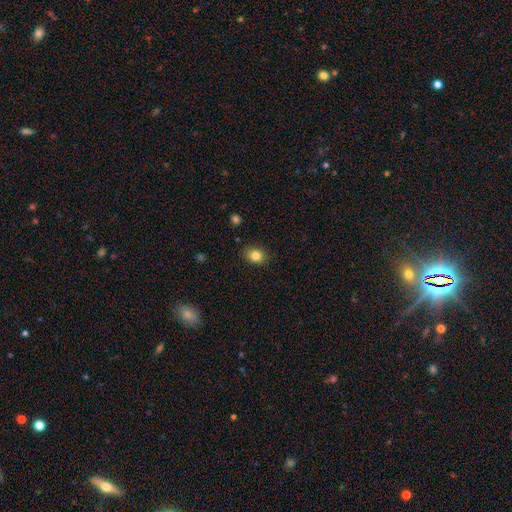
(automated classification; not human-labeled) smooth 84%, star or artifact 10%, featured or disk 6%. Down the decision tree: how rounded — in between (59%); merging — none (84%).